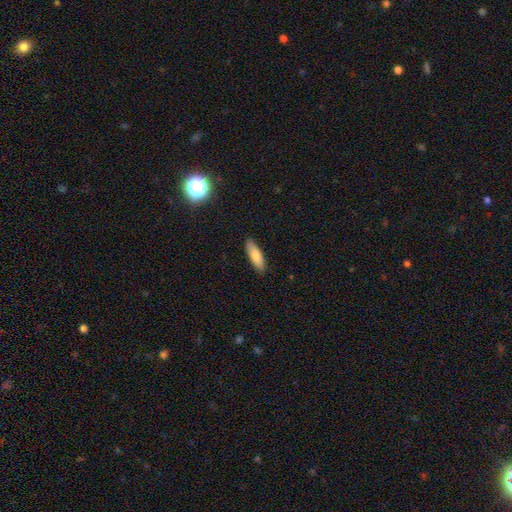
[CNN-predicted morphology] Smooth or featured? Predicted: smooth (p=0.80). How rounded? Predicted: cigar-shaped (p=0.55). Merging? Predicted: none (p=0.89).